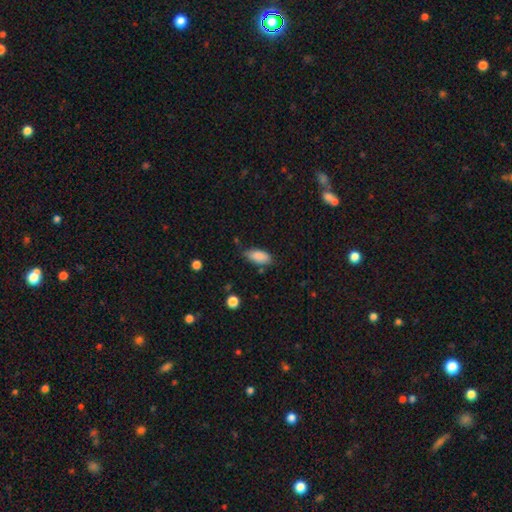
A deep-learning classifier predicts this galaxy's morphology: Smooth or featured? smooth (88%)
How rounded? in between (88%)
Merging? none (70%)